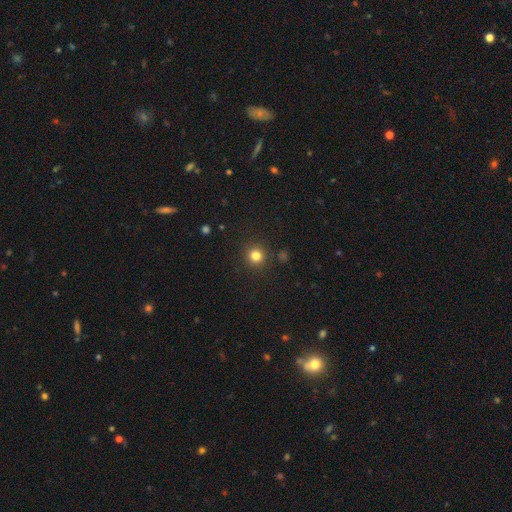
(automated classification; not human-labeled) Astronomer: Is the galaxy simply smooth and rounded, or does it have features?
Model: smooth — 82%.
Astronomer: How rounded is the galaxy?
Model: round — 93%.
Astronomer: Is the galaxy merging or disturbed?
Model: none — 91%.